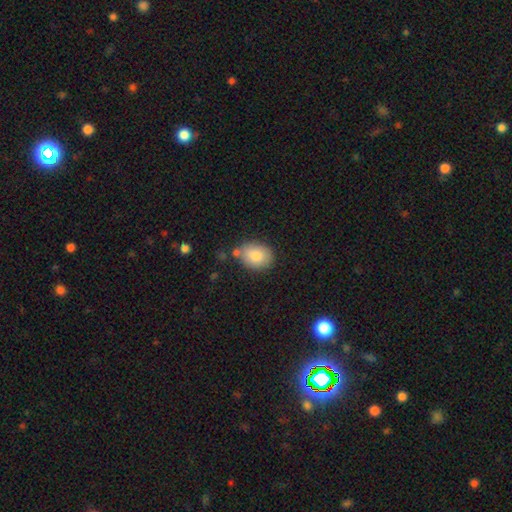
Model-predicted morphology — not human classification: Smooth or featured? smooth (81%)
How rounded? in between (64%)
Merging? none (73%)